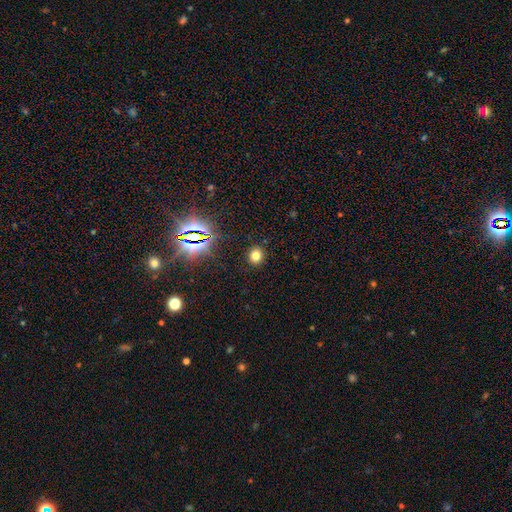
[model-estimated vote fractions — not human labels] Smooth or featured? smooth (73%)
How rounded? round (75%)
Merging? none (90%)